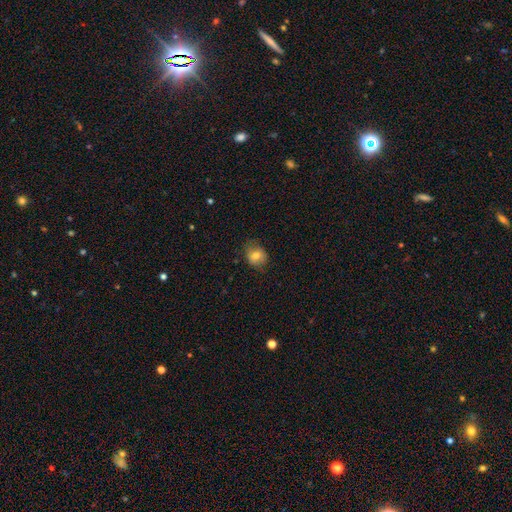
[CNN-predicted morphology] A smooth galaxy with no disk features (75%) that is round (56%). Merging: none (75%).